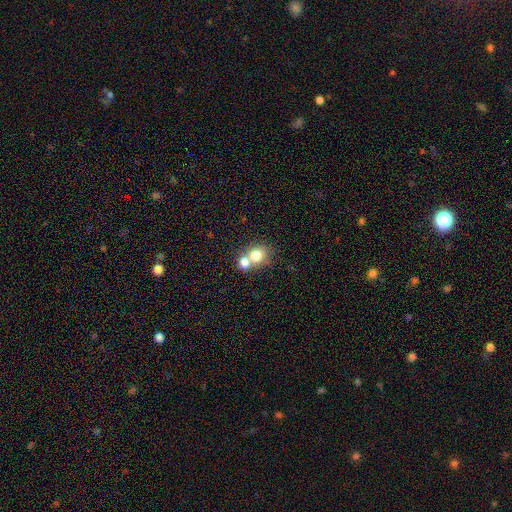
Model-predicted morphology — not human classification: Smooth or featured?
  - smooth: 74% *
  - featured or disk: 15%
  - star or artifact: 10%
How rounded?
  - round: 69% *
  - in between: 30%
  - cigar-shaped: 1%
Merging?
  - merger: 59% *
  - none: 32%
  - minor disturbance: 6%
  - major disturbance: 3%